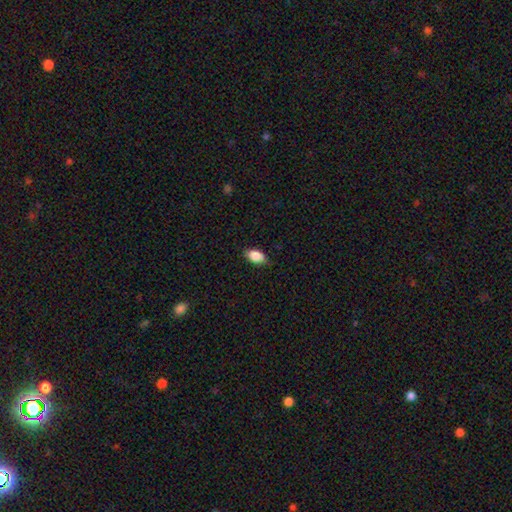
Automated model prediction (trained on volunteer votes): This is clearly a smooth galaxy (87%). How rounded: clearly in between (91%). Merging: clearly none (83%).